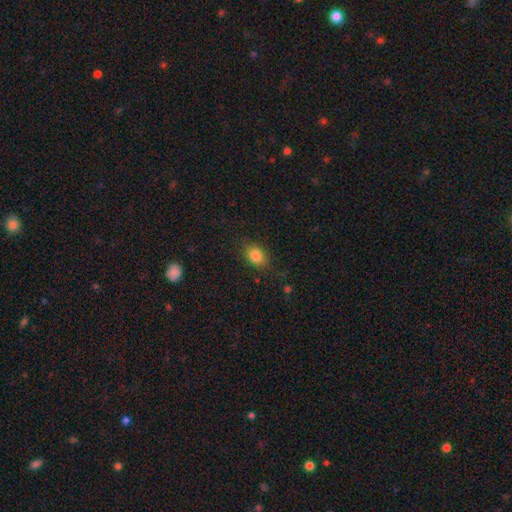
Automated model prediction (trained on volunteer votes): Q: Smooth or featured?
A: smooth (83%); runner-up: star or artifact (10%)
Q: How rounded?
A: in between (70%); runner-up: round (28%)
Q: Merging?
A: none (79%); runner-up: minor disturbance (15%)